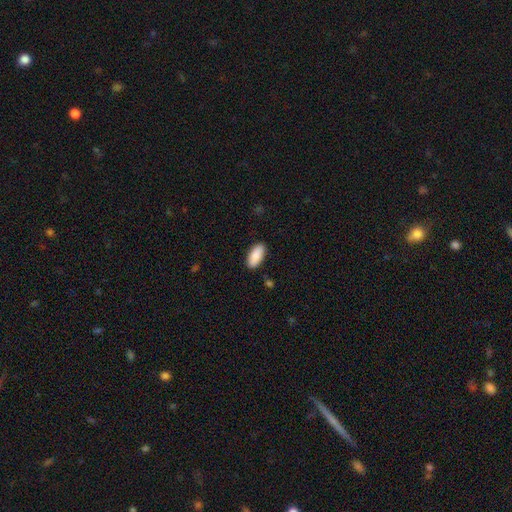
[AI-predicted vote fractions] smooth-or-featured: smooth: 88% | featured or disk: 6% | star or artifact: 6%
  how-rounded: in between: 89% | cigar-shaped: 9% | round: 2%
  merging: none: 88% | minor disturbance: 8% | major disturbance: 2% | merger: 1%